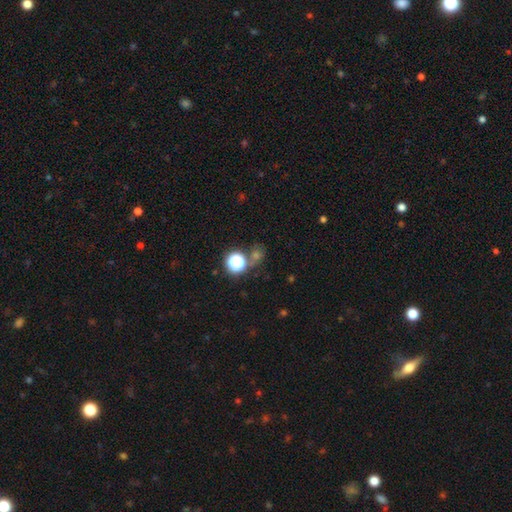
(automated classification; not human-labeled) Smooth or featured? Predicted: star or artifact (p=0.48).